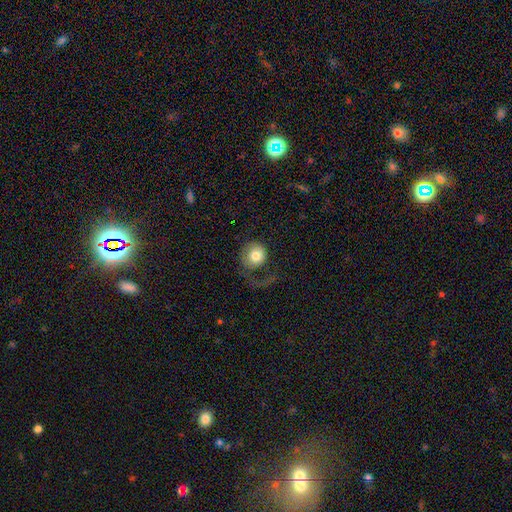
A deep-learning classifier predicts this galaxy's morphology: Smooth or featured? Predicted: smooth (p=0.70). How rounded? Predicted: round (p=0.87). Merging? Predicted: major disturbance (p=0.49).